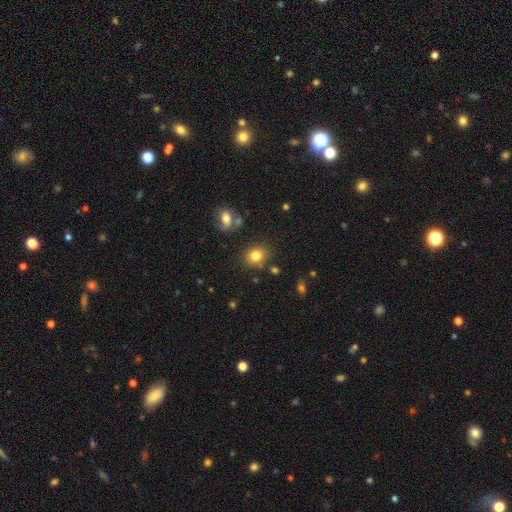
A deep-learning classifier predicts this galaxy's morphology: A smooth galaxy with no disk features (80%) that is round (68%). Merging: none (80%).